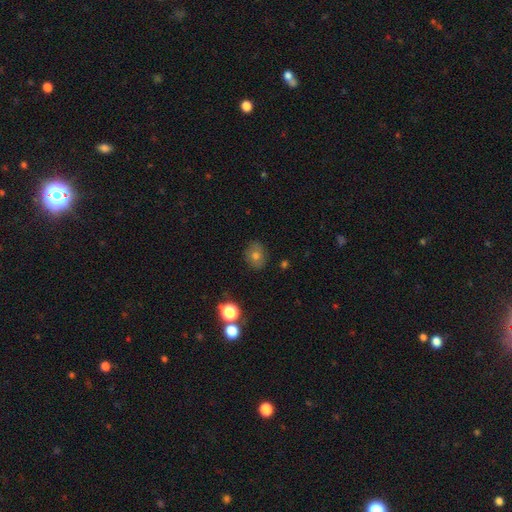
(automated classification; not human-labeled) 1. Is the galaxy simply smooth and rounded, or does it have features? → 70% smooth, 16% star or artifact, 14% featured or disk.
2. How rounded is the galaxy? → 63% round, 36% in between, 1% cigar-shaped.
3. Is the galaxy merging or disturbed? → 84% none, 11% minor disturbance, 3% major disturbance, 2% merger.